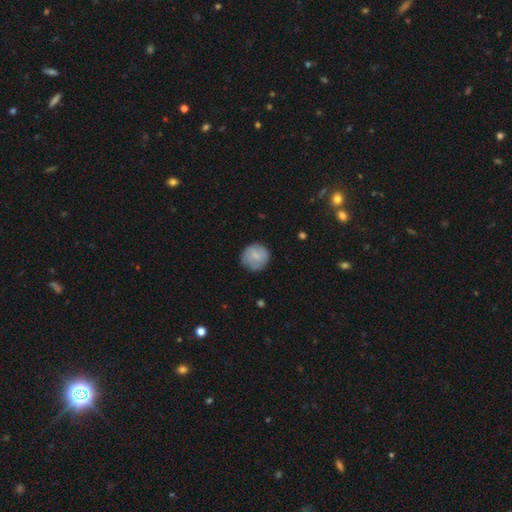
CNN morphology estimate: Smooth or featured? smooth (66%)
How rounded? round (91%)
Merging? none (78%)